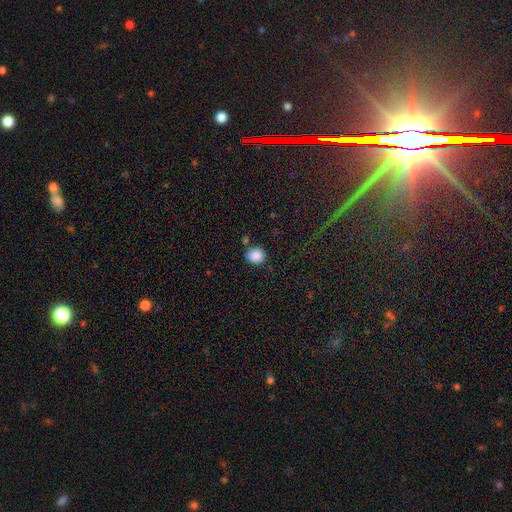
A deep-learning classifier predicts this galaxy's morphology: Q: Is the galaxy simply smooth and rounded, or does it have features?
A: smooth — 87%.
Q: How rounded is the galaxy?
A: round — 76%.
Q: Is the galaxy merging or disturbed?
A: none — 74%.